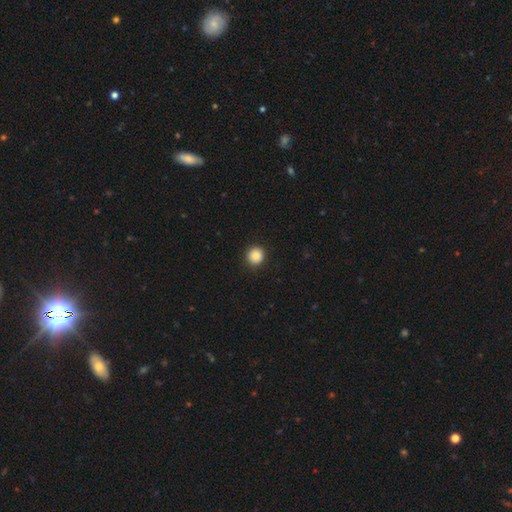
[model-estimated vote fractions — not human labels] This is clearly a smooth galaxy (87%). How rounded: clearly round (93%). Merging: clearly none (92%).